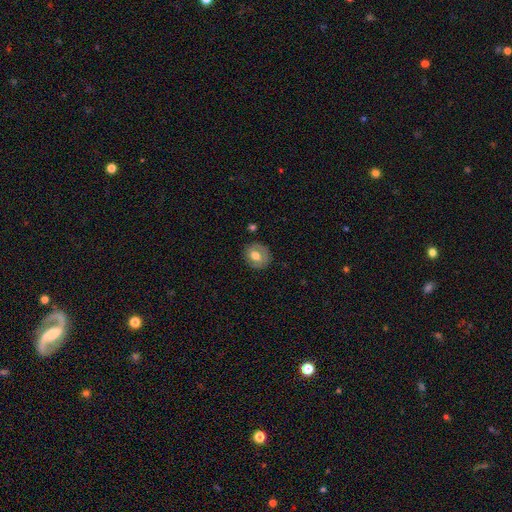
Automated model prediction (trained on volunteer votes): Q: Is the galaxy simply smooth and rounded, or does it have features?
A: smooth — 62%.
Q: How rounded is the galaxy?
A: round — 75%.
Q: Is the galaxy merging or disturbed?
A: none — 83%.